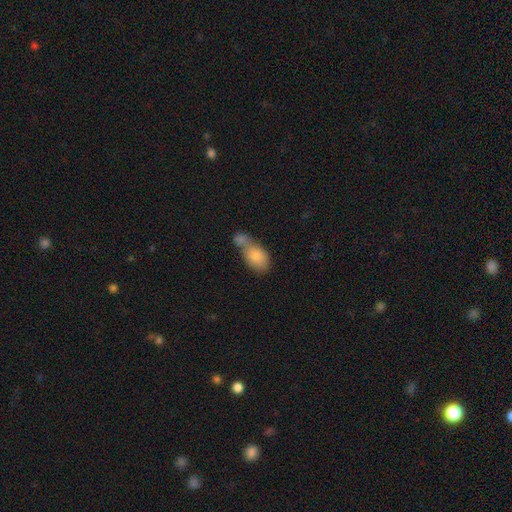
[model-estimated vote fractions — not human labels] smooth 81%, featured or disk 12%, star or artifact 7%. Down the decision tree: how rounded — in between (85%); merging — merger (63%).